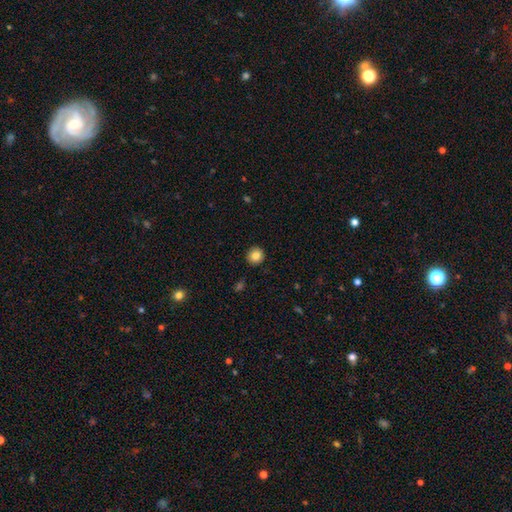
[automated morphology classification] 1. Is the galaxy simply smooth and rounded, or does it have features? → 84% smooth, 10% star or artifact, 6% featured or disk.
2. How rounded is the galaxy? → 90% round, 9% in between, 1% cigar-shaped.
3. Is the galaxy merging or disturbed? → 91% none, 6% minor disturbance, 2% major disturbance, 1% merger.